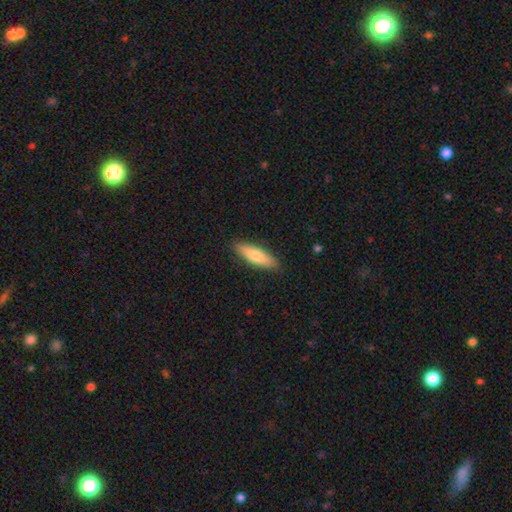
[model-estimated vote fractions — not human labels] Smooth or featured? Predicted: smooth (p=0.71). How rounded? Predicted: cigar-shaped (p=0.60). Merging? Predicted: none (p=0.90).